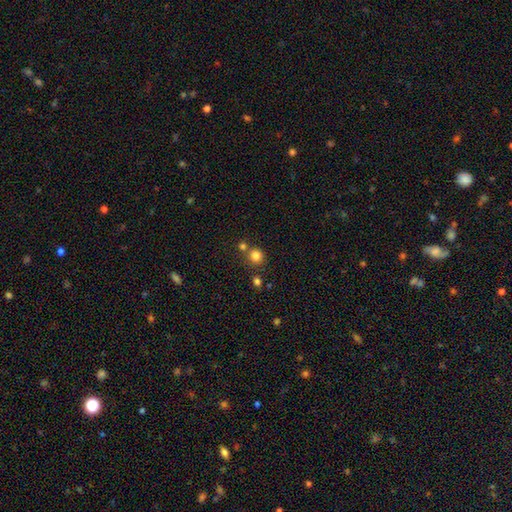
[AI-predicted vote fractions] Morphology: type=smooth (81%); roundness=round (92%); merging=none (71%).